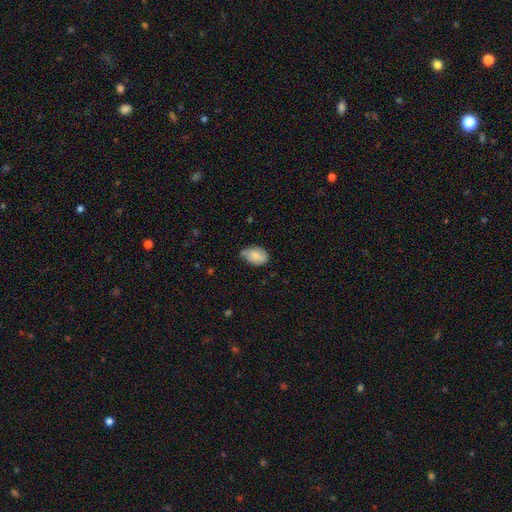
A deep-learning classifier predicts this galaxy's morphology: The model was most divided on "merging": none: 45%, minor disturbance: 44%, major disturbance: 8%, merger: 2%. More confident: how rounded — in between (85%); smooth or featured — smooth (75%).